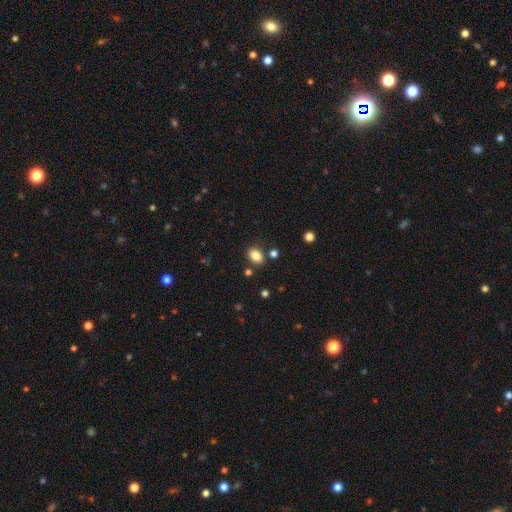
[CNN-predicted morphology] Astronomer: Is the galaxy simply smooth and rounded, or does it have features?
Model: smooth — 84%.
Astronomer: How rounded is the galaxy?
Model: in between — 74%.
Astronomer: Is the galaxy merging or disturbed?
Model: none — 80%.